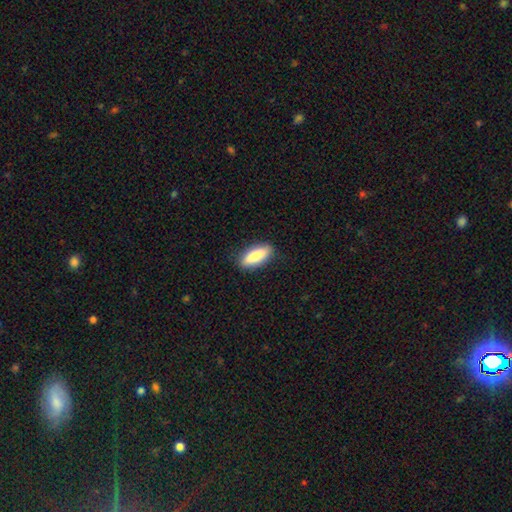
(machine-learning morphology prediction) Smooth or featured: smooth — 82% (featured or disk — 13%)
How rounded: in between — 69% (cigar-shaped — 29%)
Merging: none — 87% (minor disturbance — 10%)